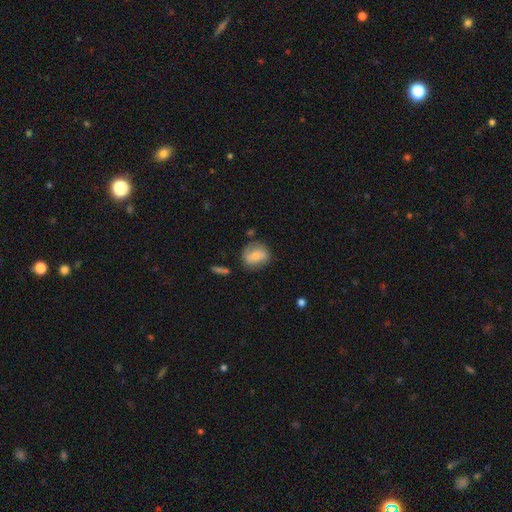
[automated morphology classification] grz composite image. It shows a smooth galaxy with no disk features (67%) that is round (58%). Merging: none (68%).